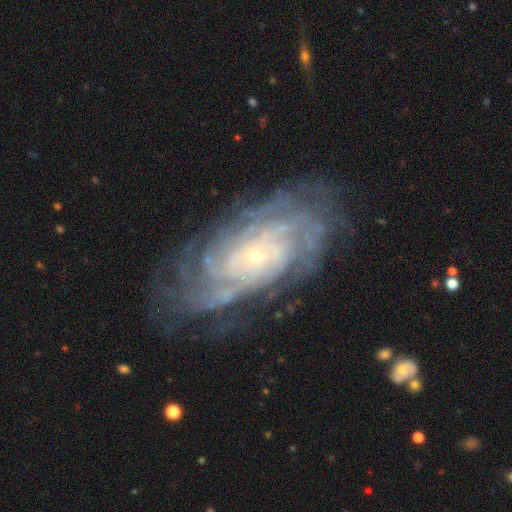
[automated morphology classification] smooth_or_featured: featured or disk (p=0.87) [alt: smooth p=0.07]
disk_edge_on: no (p=0.95) [alt: yes p=0.05]
bar: no (p=0.73) [alt: weak p=0.21]
has_spiral_arms: yes (p=0.96) [alt: no p=0.04]
spiral_winding: tight (p=0.75) [alt: medium p=0.20]
spiral_arm_count: can't tell (p=0.32) [alt: more than 4 p=0.23]
bulge_size: small (p=0.83) [alt: moderate p=0.12]
merging: none (p=0.75) [alt: minor disturbance p=0.16]